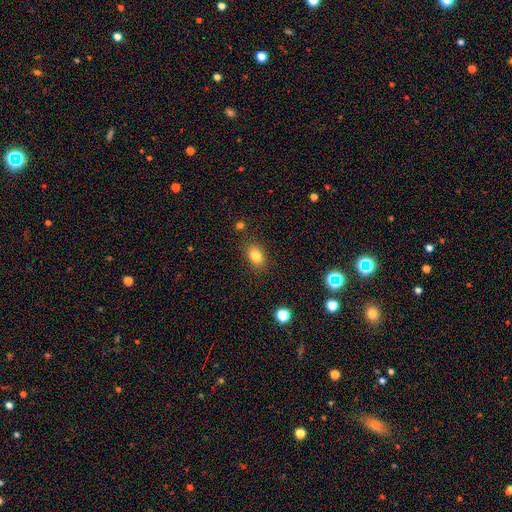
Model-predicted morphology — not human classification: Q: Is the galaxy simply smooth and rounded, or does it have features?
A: smooth — 82%.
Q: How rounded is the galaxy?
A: in between — 75%.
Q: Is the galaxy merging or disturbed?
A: none — 85%.